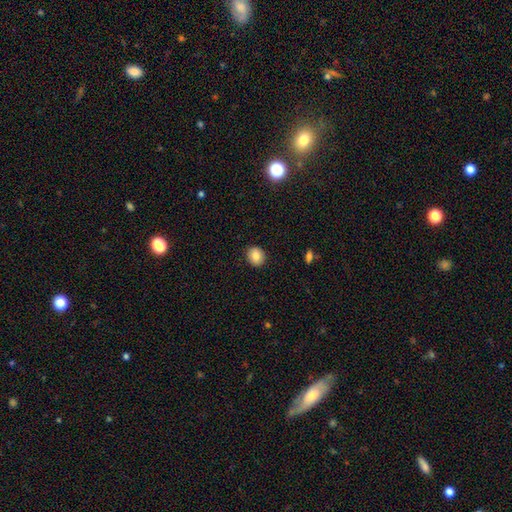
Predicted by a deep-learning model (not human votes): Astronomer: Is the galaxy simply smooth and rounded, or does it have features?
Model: smooth — 83%.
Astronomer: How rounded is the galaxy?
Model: round — 79%.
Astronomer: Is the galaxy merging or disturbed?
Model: none — 91%.